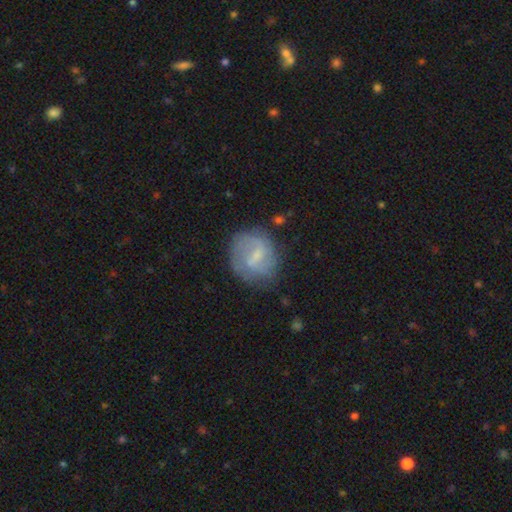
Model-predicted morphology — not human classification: Smooth or featured? Predicted: featured or disk (p=0.57). Edge-on disk? Predicted: no (p=0.97). Bar? Predicted: weak (p=0.60). Spiral arms? Predicted: yes (p=0.71). Bulge size? Predicted: small (p=0.54). Merging? Predicted: none (p=0.64).